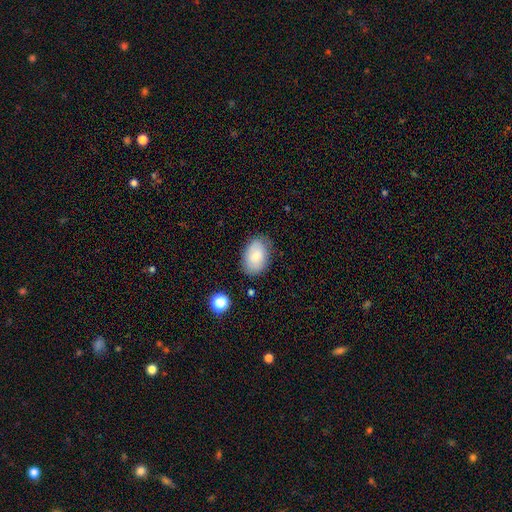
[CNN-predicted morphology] smooth-or-featured: smooth: 77% | featured or disk: 16% | star or artifact: 8%
  how-rounded: in between: 87% | round: 12% | cigar-shaped: 1%
  merging: none: 78% | minor disturbance: 16% | major disturbance: 4% | merger: 2%